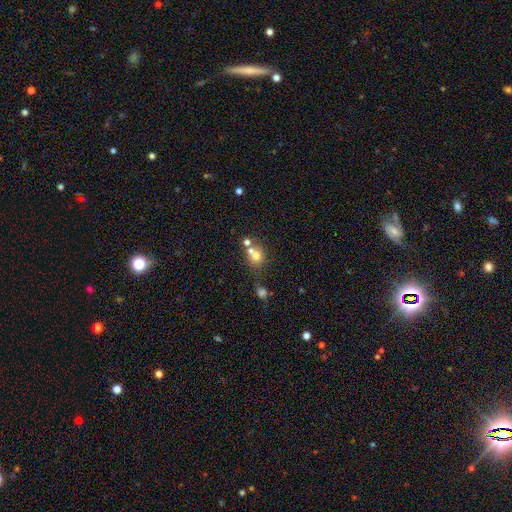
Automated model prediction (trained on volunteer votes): Smooth or featured: smooth — 68% (featured or disk — 16%)
How rounded: round — 78% (in between — 21%)
Merging: none — 46% (merger — 40%)